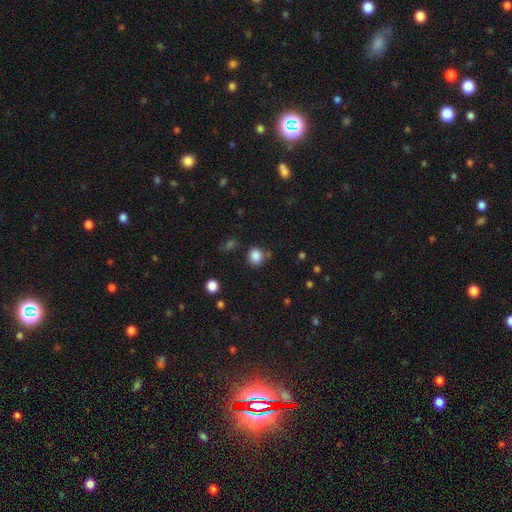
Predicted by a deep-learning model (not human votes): A smooth galaxy with no disk features (85%) that is round (70%). Merging: none (75%).